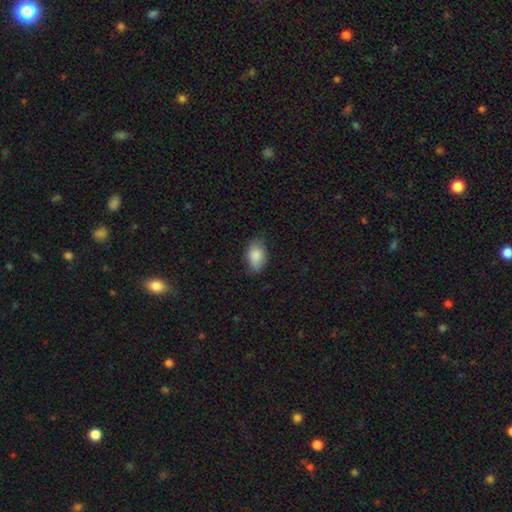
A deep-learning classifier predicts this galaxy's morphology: A smooth galaxy with no disk features (86%) that is in between round and cigar-shaped (88%).

Vote fractions:
- Smooth or featured? smooth: 86% / featured or disk: 7% / star or artifact: 7%
- How rounded? in between: 88% / round: 10% / cigar-shaped: 2%
- Merging? none: 70% / minor disturbance: 24% / major disturbance: 5% / merger: 1%